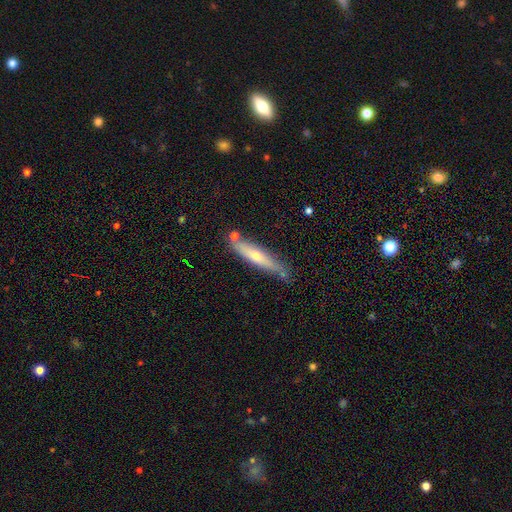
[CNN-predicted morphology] Overall: smooth (53%; featured or disk 41%). How rounded: cigar-shaped (87%). Merging: none (71%).